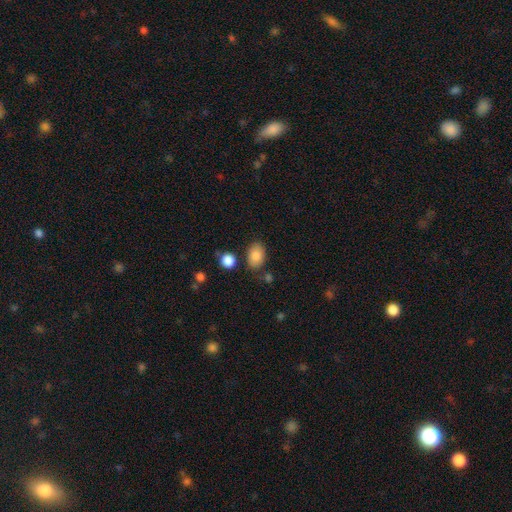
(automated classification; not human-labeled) Smooth or featured: smooth — 85% (star or artifact — 8%)
How rounded: in between — 82% (round — 17%)
Merging: none — 77% (minor disturbance — 14%)